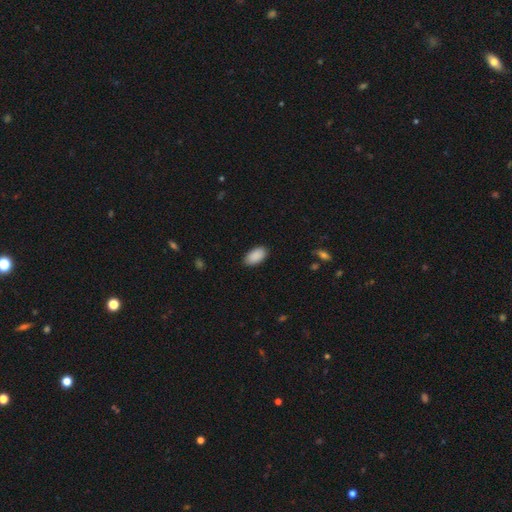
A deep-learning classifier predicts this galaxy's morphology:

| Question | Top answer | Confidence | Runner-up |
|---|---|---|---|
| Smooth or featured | smooth | 91% | star or artifact (7%) |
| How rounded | in between | 95% | round (3%) |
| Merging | none | 87% | minor disturbance (10%) |